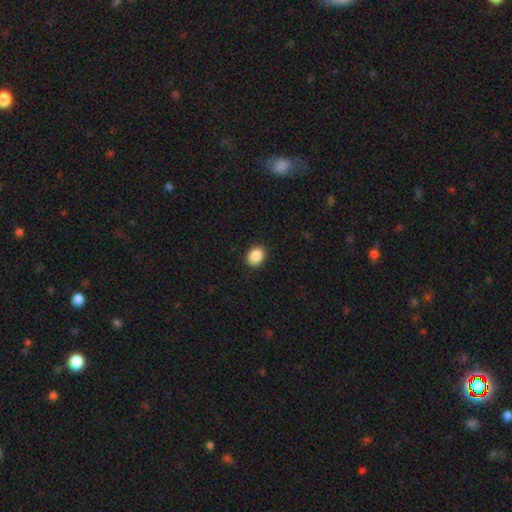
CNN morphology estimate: Smooth or featured?
  - smooth: 88% *
  - star or artifact: 8%
  - featured or disk: 3%
How rounded?
  - in between: 53% *
  - round: 46%
  - cigar-shaped: 1%
Merging?
  - none: 90% *
  - minor disturbance: 7%
  - major disturbance: 2%
  - merger: 1%